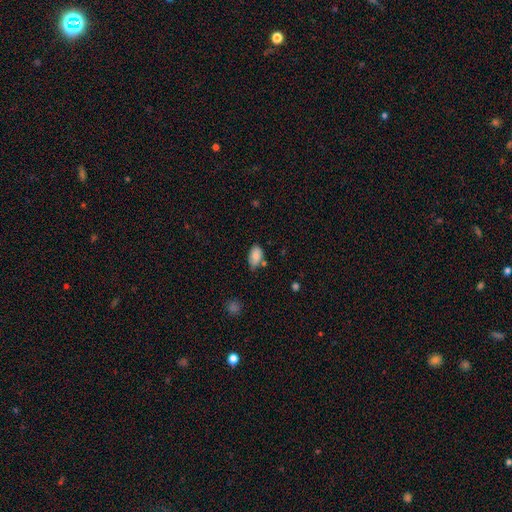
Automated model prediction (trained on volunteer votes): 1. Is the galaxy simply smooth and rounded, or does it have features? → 83% smooth, 9% featured or disk, 8% star or artifact.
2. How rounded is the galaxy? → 93% in between, 5% round, 2% cigar-shaped.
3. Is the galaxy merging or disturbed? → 59% none, 29% minor disturbance, 7% merger, 5% major disturbance.